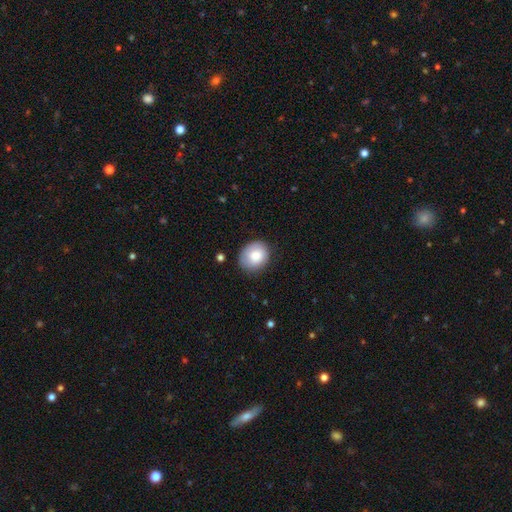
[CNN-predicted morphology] smooth_or_featured: smooth (p=0.80) [alt: featured or disk p=0.13]
how_rounded: round (p=0.71) [alt: in between p=0.28]
merging: none (p=0.80) [alt: minor disturbance p=0.15]